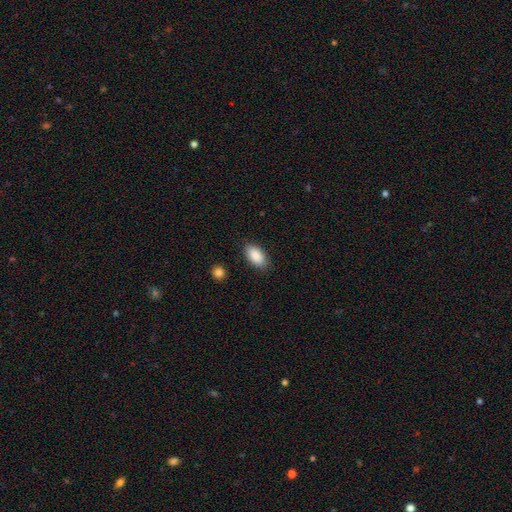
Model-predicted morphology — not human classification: This appears to be a smooth galaxy with no disk features (89%) that is in between round and cigar-shaped (94%). Merging: none (87%).